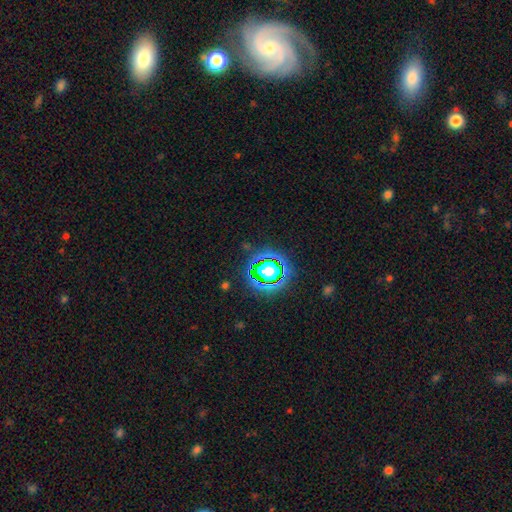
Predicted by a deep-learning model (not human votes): smooth-or-featured: star or artifact: 44% | featured or disk: 36% | smooth: 20%